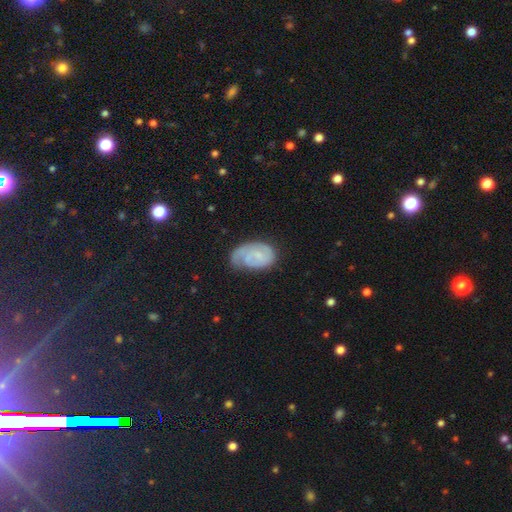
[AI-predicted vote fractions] Smooth or featured: featured or disk — 64% (smooth — 28%)
Edge-on disk: no — 97% (yes — 3%)
Bar: no — 59% (weak — 34%)
Spiral arms: yes — 88% (no — 12%)
Spiral winding: tight — 57% (medium — 31%)
Spiral arm count: 2 — 39% (1 — 33%)
Bulge size: small — 54% (none — 27%)
Merging: none — 51% (minor disturbance — 31%)